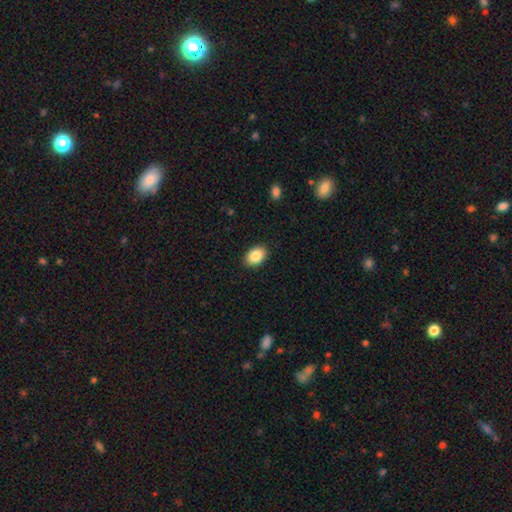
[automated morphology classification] type=smooth (86%); roundness=in between (85%); merging=none (90%).